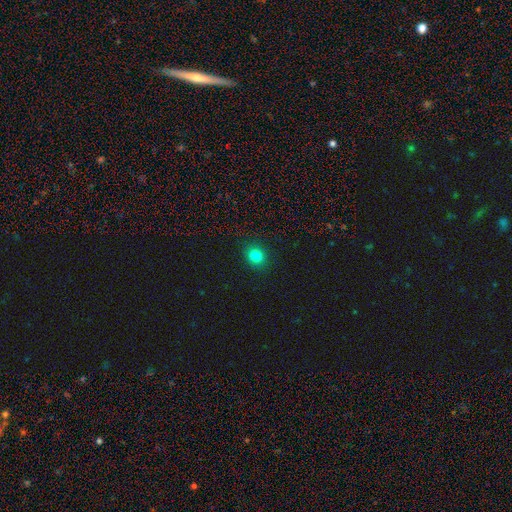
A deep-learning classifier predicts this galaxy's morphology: The model was most divided on "how rounded": round: 78%, in between: 21%, cigar-shaped: 1%. More confident: merging — none (91%); smooth or featured — smooth (81%).